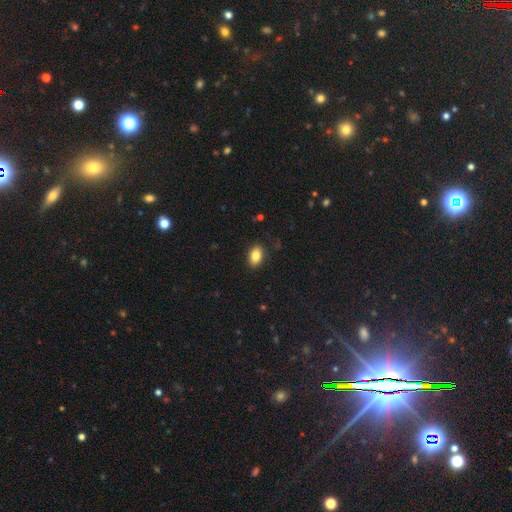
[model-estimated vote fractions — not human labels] This appears to be a smooth galaxy with no disk features (85%) that is in between round and cigar-shaped (87%). Merging: none (88%).